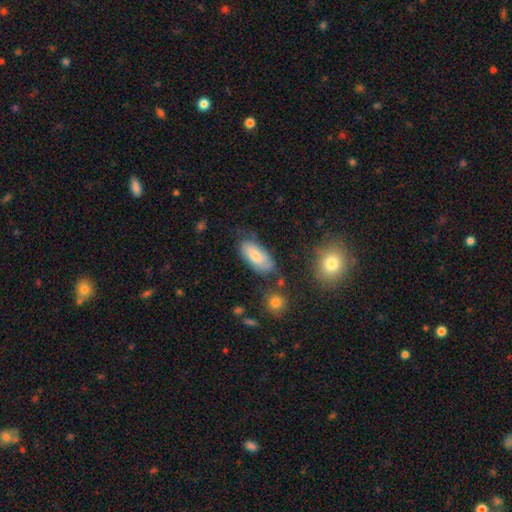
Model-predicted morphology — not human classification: This is likely a smooth galaxy (69%). How rounded: clearly in between (90%). Merging: likely none (62%).